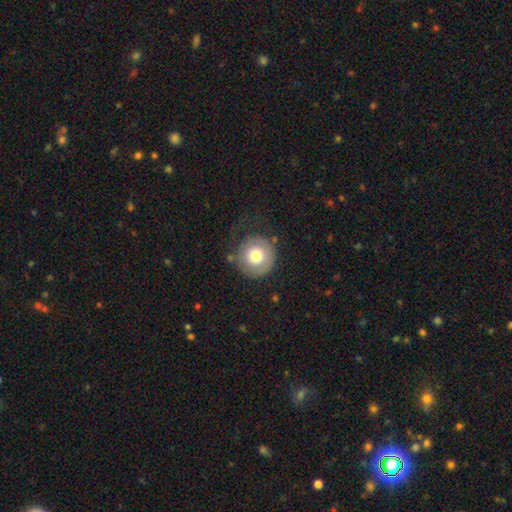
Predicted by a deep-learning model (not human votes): Smooth or featured? Predicted: smooth (p=0.70). How rounded? Predicted: round (p=0.94). Merging? Predicted: none (p=0.63).